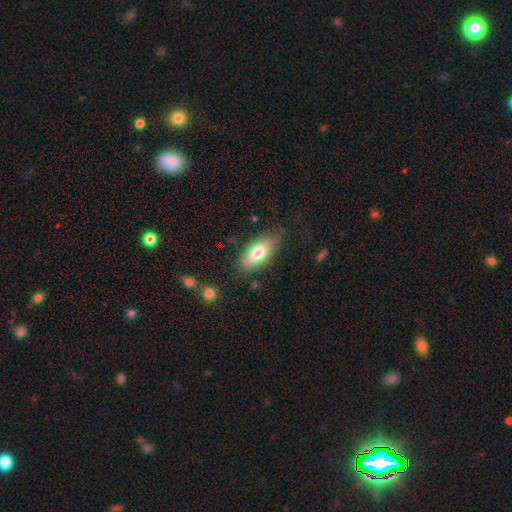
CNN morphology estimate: A smooth galaxy with no disk features (75%) that is in between round and cigar-shaped (87%). Merging: none (79%).